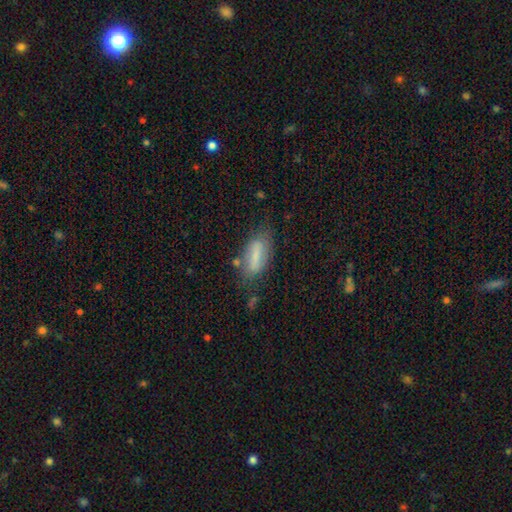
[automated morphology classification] This is likely a smooth galaxy (66%). How rounded: likely in between (68%). Merging: likely none (65%).